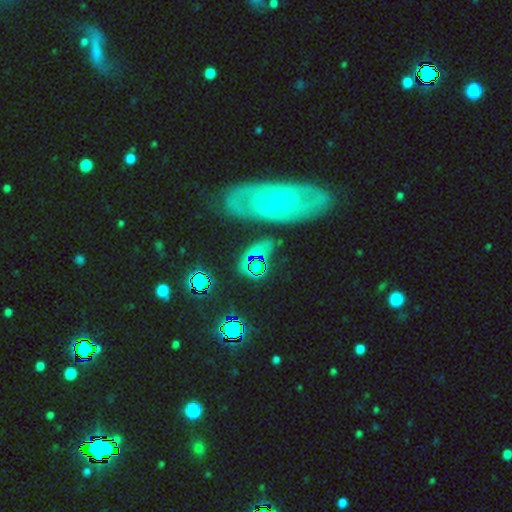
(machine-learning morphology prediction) A star or artifact, not a galaxy (39%).

Vote fractions:
- Smooth or featured? star or artifact: 39% / smooth: 32% / featured or disk: 29%